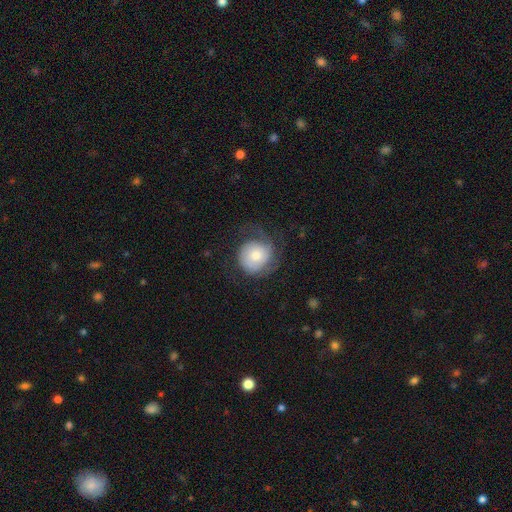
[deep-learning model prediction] Overall: featured or disk (50%; smooth 42%). Edge-on disk: no (97%). Merging: none (57%; major disturbance 22%).